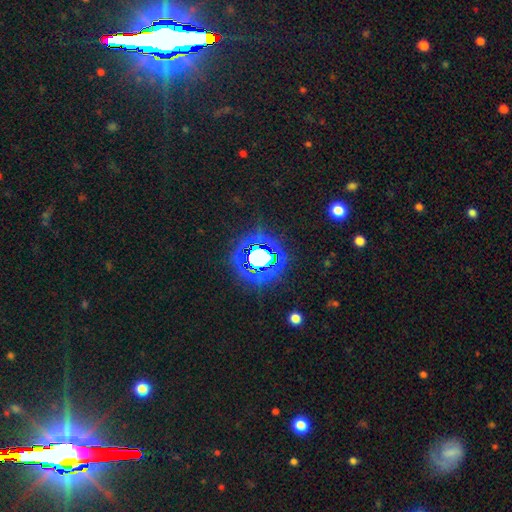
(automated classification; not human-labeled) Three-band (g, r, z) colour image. It shows a star or artifact, not a galaxy (82%).